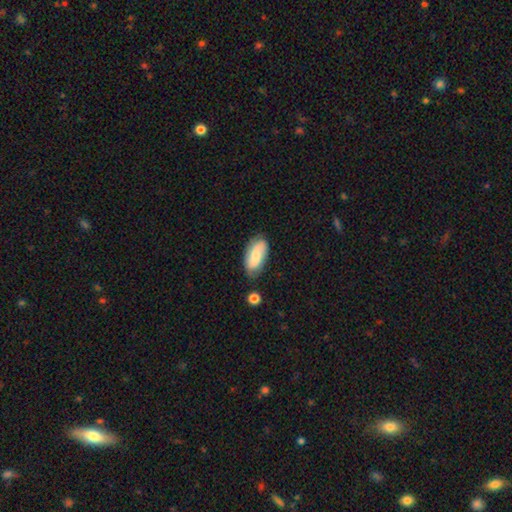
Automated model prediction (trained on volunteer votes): This is likely a smooth galaxy (62%). How rounded: clearly in between (90%). Merging: likely none (73%).